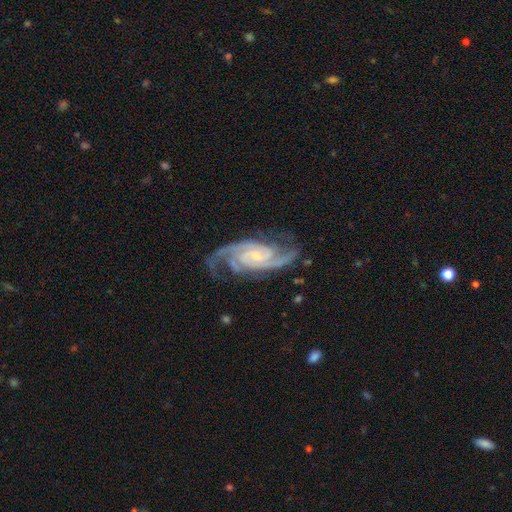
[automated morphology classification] smooth_or_featured: featured or disk (p=0.93) [alt: star or artifact p=0.04]
disk_edge_on: no (p=0.97) [alt: yes p=0.03]
bar: no (p=0.53) [alt: weak p=0.35]
has_spiral_arms: yes (p=0.99) [alt: no p=0.01]
spiral_winding: medium (p=0.47) [alt: tight p=0.45]
spiral_arm_count: 2 (p=0.49) [alt: 3 p=0.29]
bulge_size: small (p=0.69) [alt: moderate p=0.22]
merging: none (p=0.74) [alt: minor disturbance p=0.17]